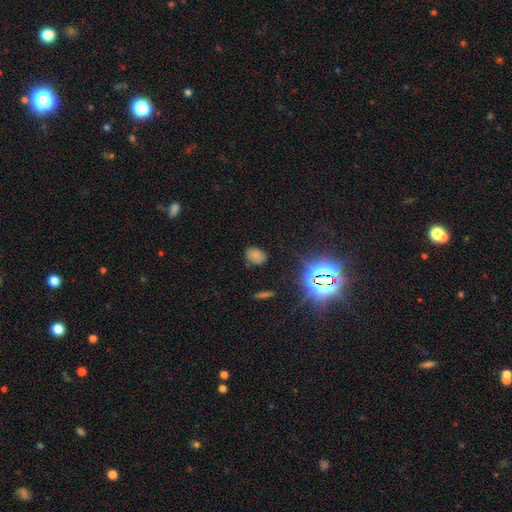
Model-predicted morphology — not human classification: smooth_or_featured: smooth (p=0.69) [alt: star or artifact p=0.23]
how_rounded: in between (p=0.74) [alt: round p=0.25]
merging: none (p=0.78) [alt: minor disturbance p=0.16]